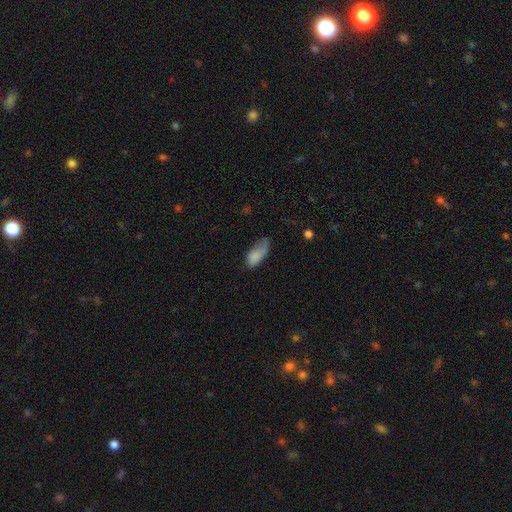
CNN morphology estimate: Q: Smooth or featured?
A: smooth (78%); runner-up: featured or disk (14%)
Q: How rounded?
A: in between (87%); runner-up: cigar-shaped (10%)
Q: Merging?
A: minor disturbance (36%); runner-up: none (31%)